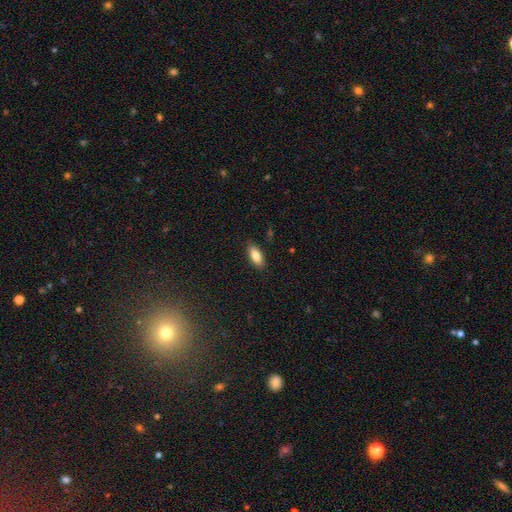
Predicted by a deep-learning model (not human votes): Overall: smooth (83%). How rounded: in between (81%). Merging: none (87%).